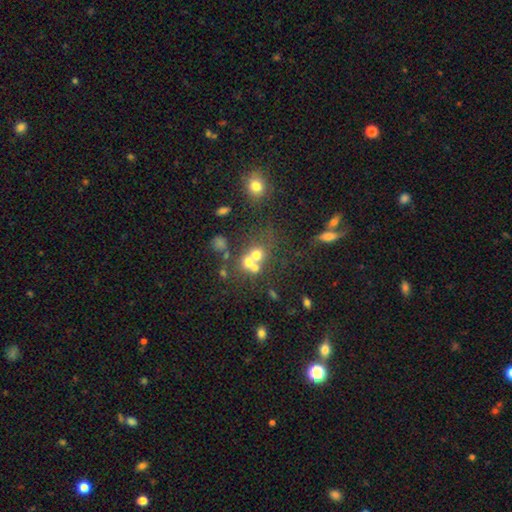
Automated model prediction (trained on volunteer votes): This appears to be a smooth galaxy with no disk features (57%) that is round (77%). Merging: merger (51%).